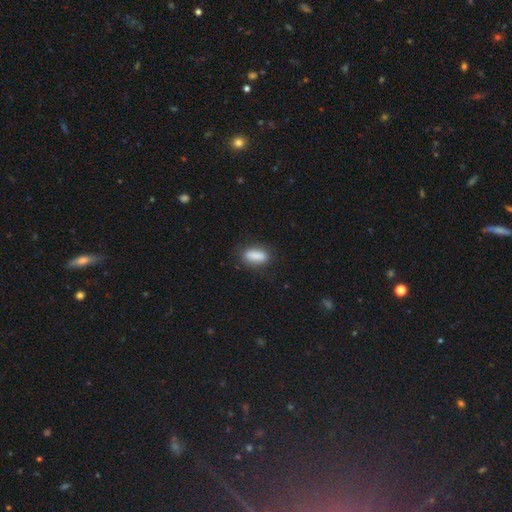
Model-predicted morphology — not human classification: A smooth galaxy with no disk features (86%) that is in between round and cigar-shaped (75%).

Vote fractions:
- Smooth or featured? smooth: 86% / star or artifact: 7% / featured or disk: 6%
- How rounded? in between: 75% / cigar-shaped: 21% / round: 4%
- Merging? none: 81% / minor disturbance: 14% / major disturbance: 4% / merger: 1%